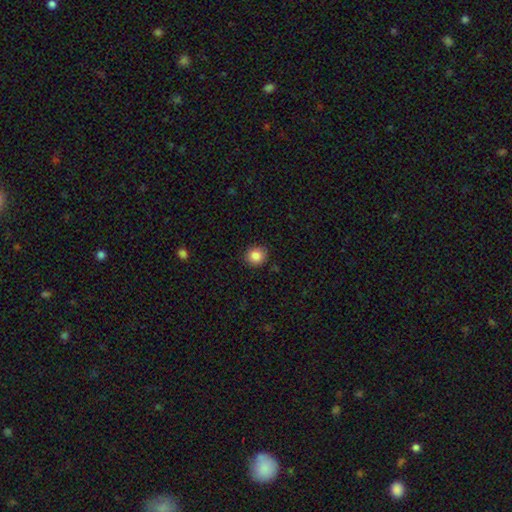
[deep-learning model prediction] The model was most divided on "how rounded": round: 84%, in between: 15%, cigar-shaped: 1%. More confident: merging — none (88%); smooth or featured — smooth (86%).